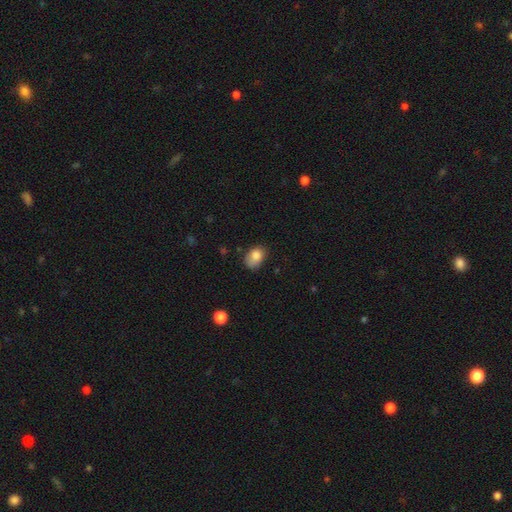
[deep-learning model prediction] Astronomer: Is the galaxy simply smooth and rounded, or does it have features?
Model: smooth — 82%.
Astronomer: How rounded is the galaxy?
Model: in between — 73%.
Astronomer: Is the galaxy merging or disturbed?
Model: none — 53% (runner-up: minor disturbance, 33%).